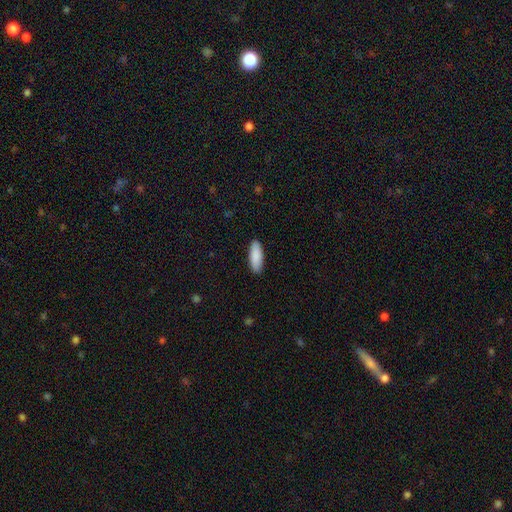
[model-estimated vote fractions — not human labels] This is clearly a smooth galaxy (90%). How rounded: likely in between (70%). Merging: clearly none (89%).